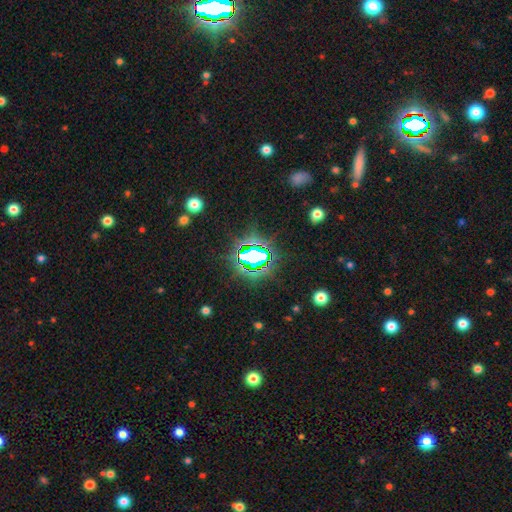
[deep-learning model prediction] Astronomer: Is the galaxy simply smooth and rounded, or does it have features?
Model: star or artifact — 80%.